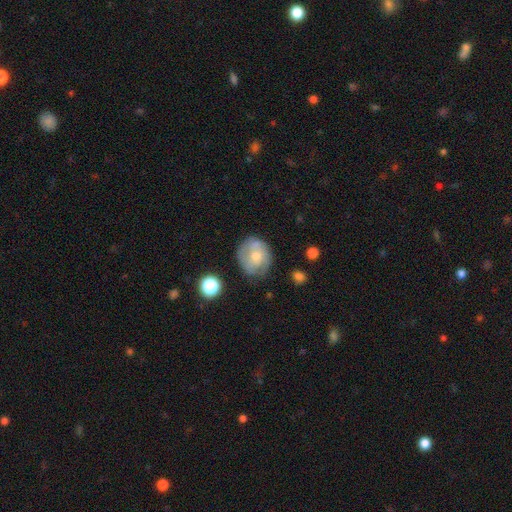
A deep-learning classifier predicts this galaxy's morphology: A smooth galaxy with no disk features (48%).

Vote fractions:
- Smooth or featured? smooth: 48% / featured or disk: 45% / star or artifact: 8%
- Merging? none: 64% / minor disturbance: 24% / major disturbance: 8% / merger: 3%